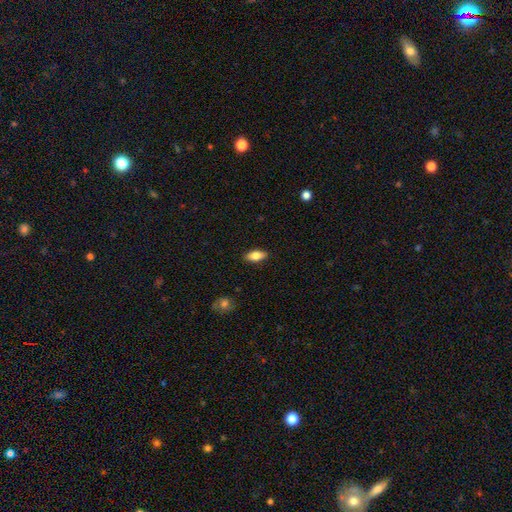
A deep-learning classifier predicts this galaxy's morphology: Smooth or featured? Predicted: smooth (p=0.78). How rounded? Predicted: in between (p=0.85). Merging? Predicted: none (p=0.89).